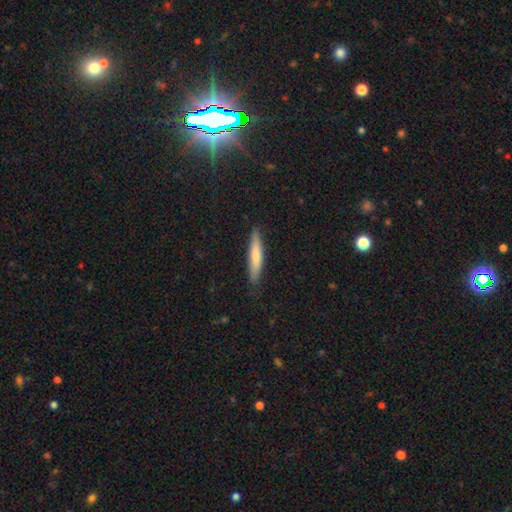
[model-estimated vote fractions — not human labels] Smooth or featured? Predicted: smooth (p=0.69). How rounded? Predicted: cigar-shaped (p=0.89). Merging? Predicted: none (p=0.86).